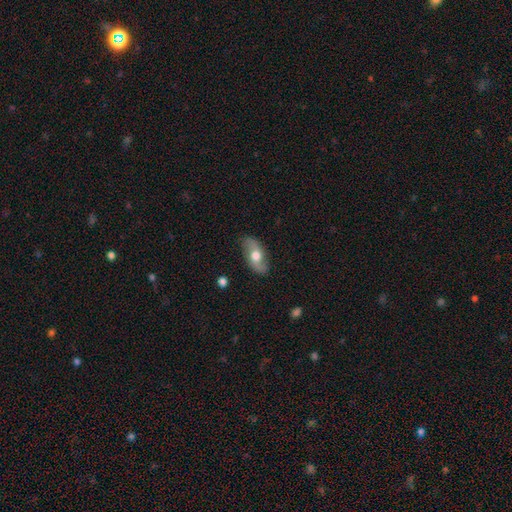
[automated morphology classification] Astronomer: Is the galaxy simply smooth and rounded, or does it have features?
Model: featured or disk — 55% (runner-up: smooth, 39%).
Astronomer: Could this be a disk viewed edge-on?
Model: no — 85%.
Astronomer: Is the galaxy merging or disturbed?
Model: none — 83%.